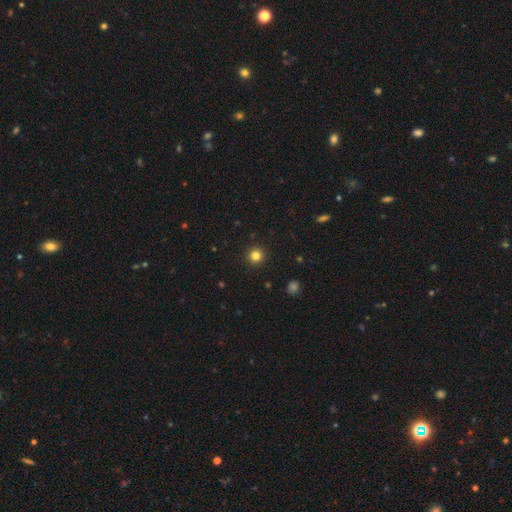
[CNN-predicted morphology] This appears to be a smooth galaxy with no disk features (82%) that is round (96%). Merging: none (93%).